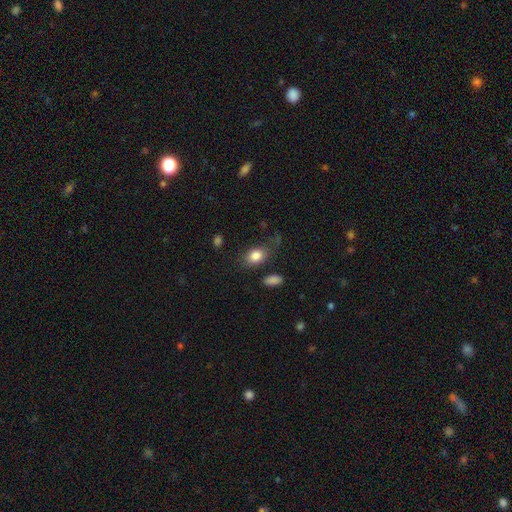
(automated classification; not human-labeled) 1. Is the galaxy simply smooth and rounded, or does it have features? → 84% smooth, 8% star or artifact, 8% featured or disk.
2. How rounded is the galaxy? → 77% in between, 21% round, 2% cigar-shaped.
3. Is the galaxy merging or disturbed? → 65% none, 21% minor disturbance, 10% major disturbance, 4% merger.